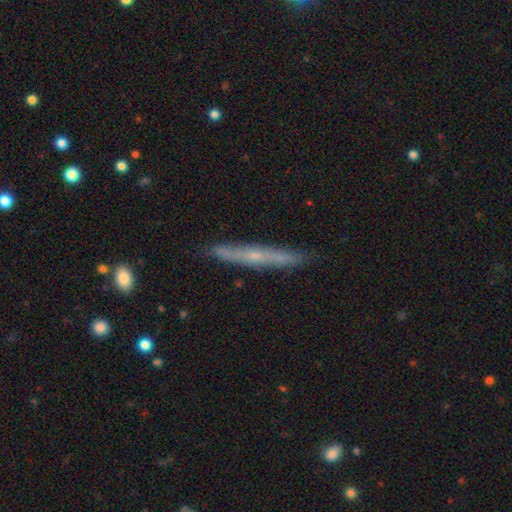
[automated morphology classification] A featured or disk galaxy (59%) viewed edge-on (92%) with a rounded central bulge (53%). Merging: none (87%).